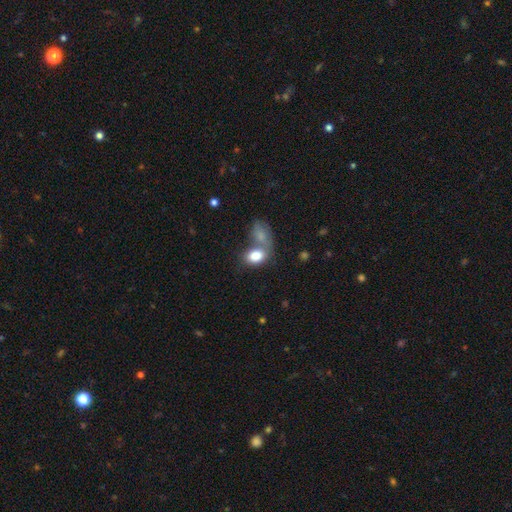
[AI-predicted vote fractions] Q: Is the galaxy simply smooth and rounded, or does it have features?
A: smooth — 83%.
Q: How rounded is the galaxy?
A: in between — 83%.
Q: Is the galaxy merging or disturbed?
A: merger — 46%.